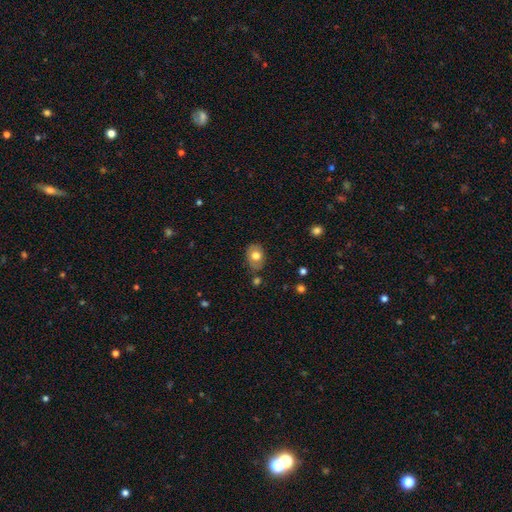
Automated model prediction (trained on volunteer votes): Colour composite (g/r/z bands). It shows a smooth galaxy with no disk features (73%) that is in between round and cigar-shaped (68%). Merging: none (74%).